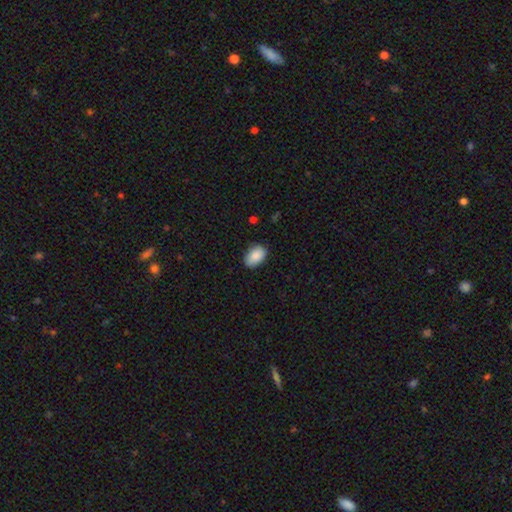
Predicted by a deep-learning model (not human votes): Q: Smooth or featured?
A: smooth (89%); runner-up: star or artifact (7%)
Q: How rounded?
A: in between (89%); runner-up: round (9%)
Q: Merging?
A: none (80%); runner-up: minor disturbance (16%)